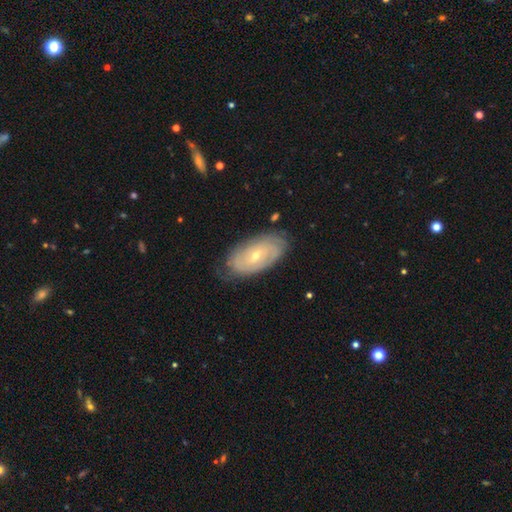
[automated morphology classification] Overall: featured or disk (67%). Edge-on disk: no (92%). Bar: no (59%; weak 32%). Spiral arms: yes (78%). Bulge size: small (65%; moderate 33%). Merging: none (77%).